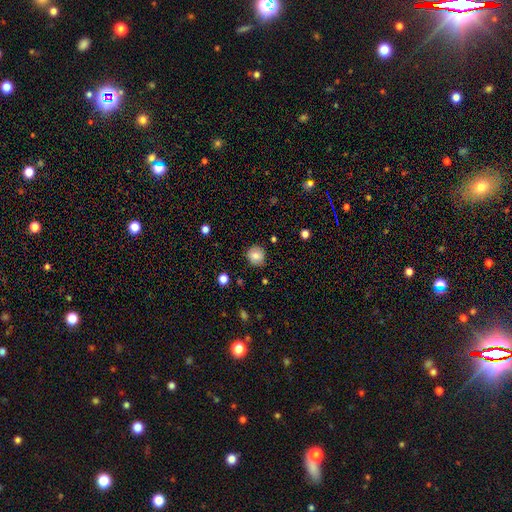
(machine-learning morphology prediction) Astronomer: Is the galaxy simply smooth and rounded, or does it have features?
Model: smooth — 81%.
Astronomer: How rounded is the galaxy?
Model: round — 87%.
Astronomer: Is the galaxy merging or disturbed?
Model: none — 85%.